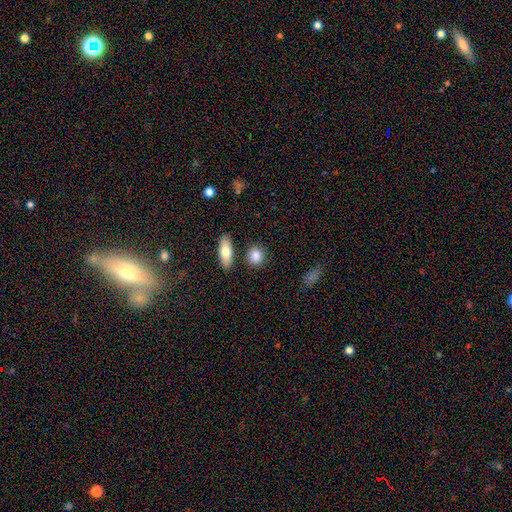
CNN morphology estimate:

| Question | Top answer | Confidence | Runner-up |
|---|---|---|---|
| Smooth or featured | smooth | 85% | featured or disk (7%) |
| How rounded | round | 61% | in between (35%) |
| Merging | none | 81% | minor disturbance (10%) |